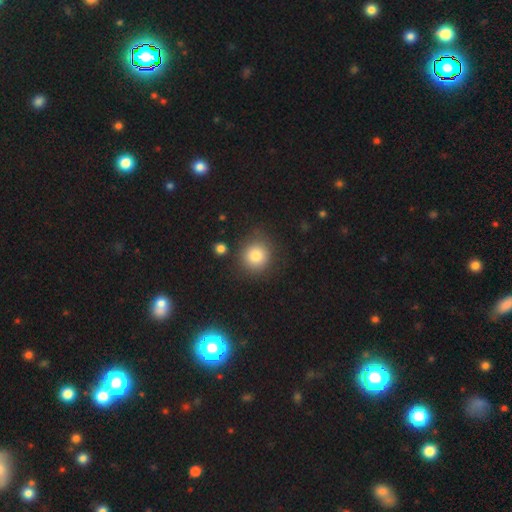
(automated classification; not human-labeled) Smooth or featured?
  - smooth: 82% *
  - star or artifact: 11%
  - featured or disk: 8%
How rounded?
  - round: 88% *
  - in between: 11%
  - cigar-shaped: 1%
Merging?
  - none: 81% *
  - minor disturbance: 11%
  - major disturbance: 4%
  - merger: 4%